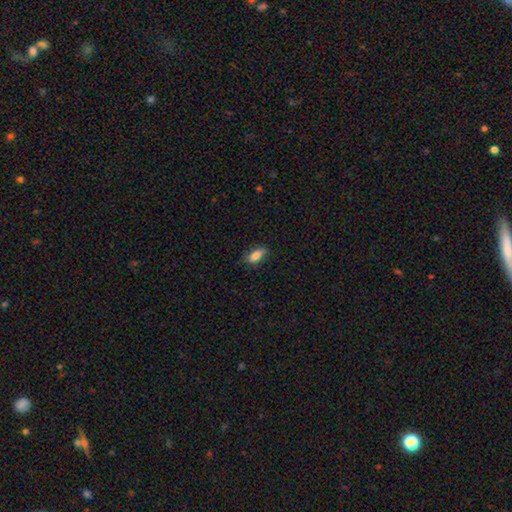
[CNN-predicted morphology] Smooth or featured: smooth — 77% (featured or disk — 15%)
How rounded: in between — 78% (cigar-shaped — 19%)
Merging: none — 72% (minor disturbance — 22%)